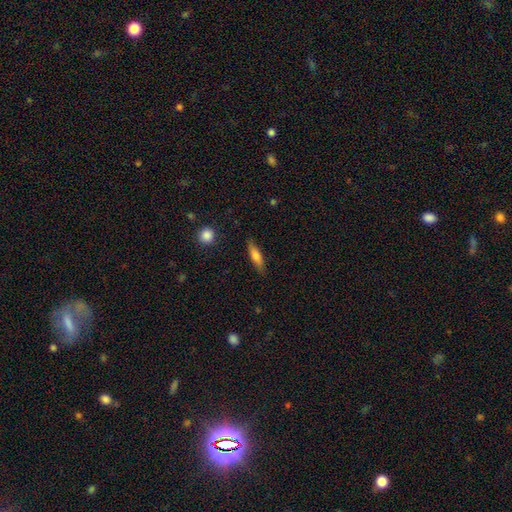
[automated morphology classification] type=smooth (68%); roundness=cigar-shaped (67%); merging=none (83%).